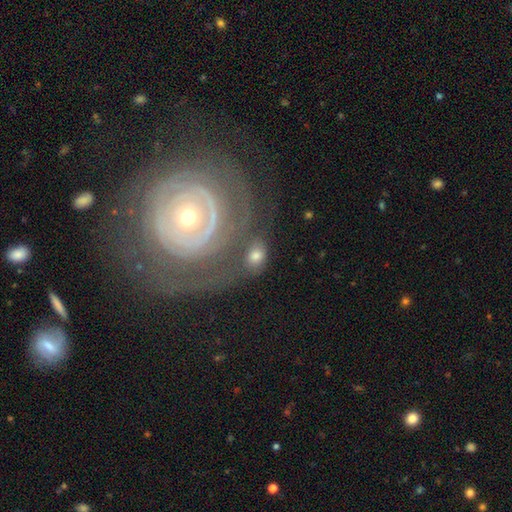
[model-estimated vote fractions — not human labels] Smooth or featured: smooth — 59% (featured or disk — 31%)
How rounded: in between — 66% (round — 32%)
Merging: none — 56% (minor disturbance — 17%)